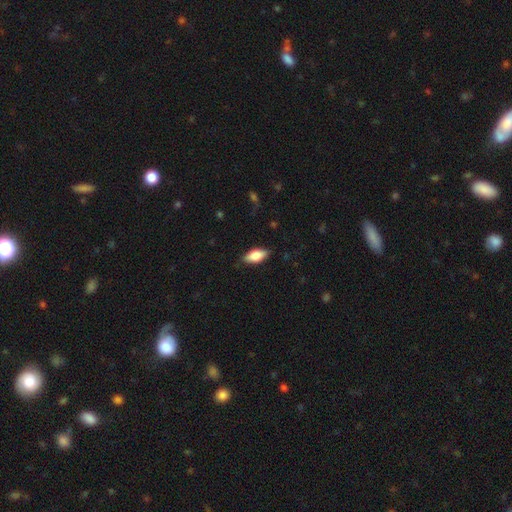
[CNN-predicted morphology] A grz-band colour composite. It shows a smooth galaxy with no disk features (77%) that is in between round and cigar-shaped (85%). Merging: none (84%).